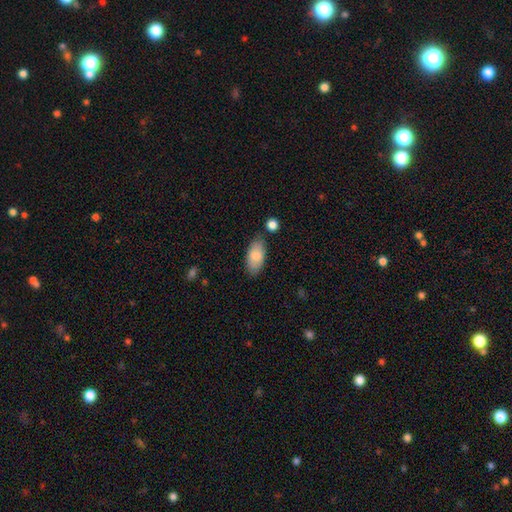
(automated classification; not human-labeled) Smooth or featured?
  - smooth: 82% *
  - featured or disk: 12%
  - star or artifact: 6%
How rounded?
  - in between: 91% *
  - cigar-shaped: 6%
  - round: 3%
Merging?
  - none: 79% *
  - minor disturbance: 14%
  - merger: 4%
  - major disturbance: 3%